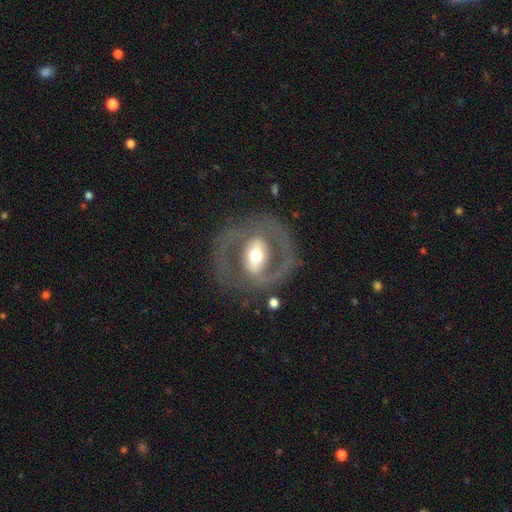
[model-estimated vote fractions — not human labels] Smooth or featured? Predicted: featured or disk (p=0.77). Edge-on disk? Predicted: no (p=0.93). Bar? Predicted: strong (p=0.50). Spiral arms? Predicted: no (p=0.52). Bulge size? Predicted: moderate (p=0.64). Merging? Predicted: none (p=0.76).